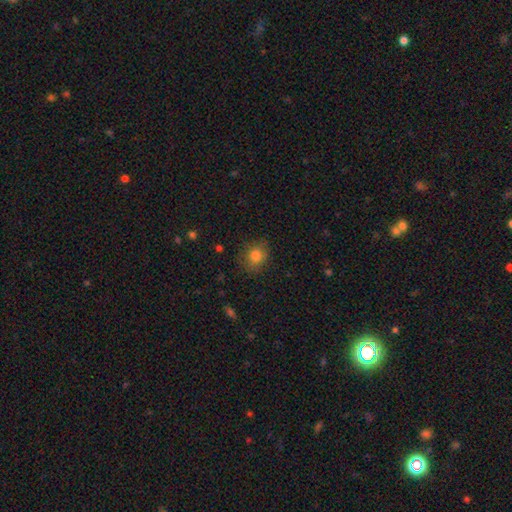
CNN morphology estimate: Smooth or featured? smooth (81%)
How rounded? round (68%)
Merging? none (80%)